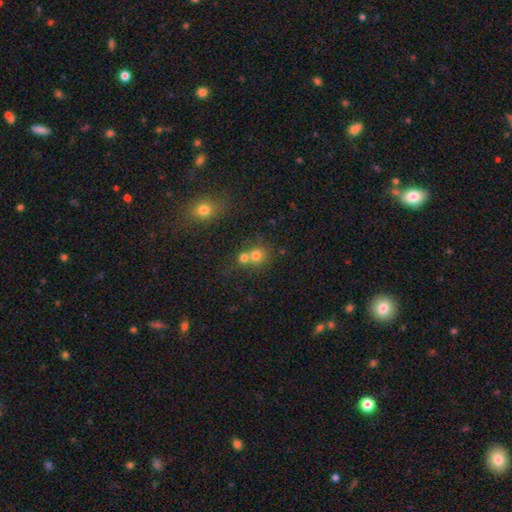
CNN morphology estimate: Smooth or featured: smooth — 75% (star or artifact — 14%)
How rounded: round — 84% (in between — 15%)
Merging: merger — 49% (none — 41%)